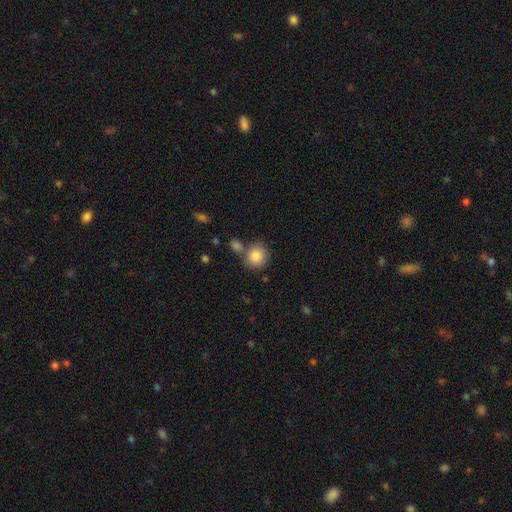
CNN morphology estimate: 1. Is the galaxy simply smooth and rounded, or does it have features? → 86% smooth, 8% star or artifact, 6% featured or disk.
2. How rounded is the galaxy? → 86% round, 13% in between, 1% cigar-shaped.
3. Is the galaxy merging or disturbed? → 62% none, 22% merger, 12% minor disturbance, 4% major disturbance.